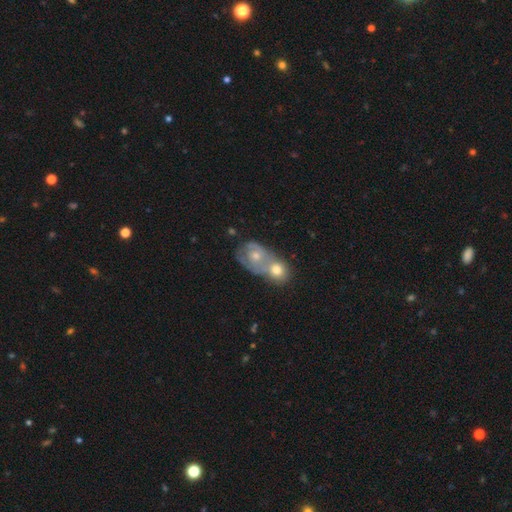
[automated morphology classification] Q: Smooth or featured?
A: featured or disk (51%); runner-up: smooth (40%)
Q: Edge-on disk?
A: no (96%); runner-up: yes (4%)
Q: Merging?
A: merger (71%); runner-up: none (16%)